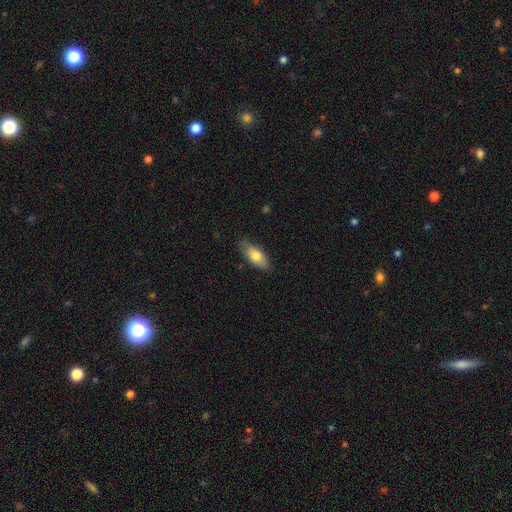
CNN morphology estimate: Q: Smooth or featured?
A: smooth (75%); runner-up: featured or disk (19%)
Q: How rounded?
A: in between (80%); runner-up: cigar-shaped (17%)
Q: Merging?
A: none (83%); runner-up: minor disturbance (13%)